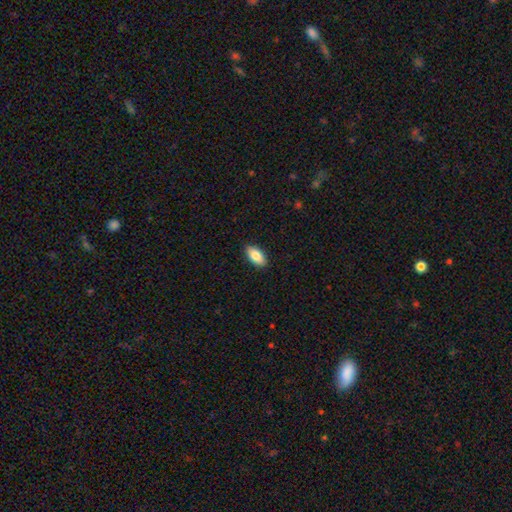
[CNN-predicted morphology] This appears to be a smooth galaxy with no disk features (85%) that is in between round and cigar-shaped (92%). Merging: none (89%).